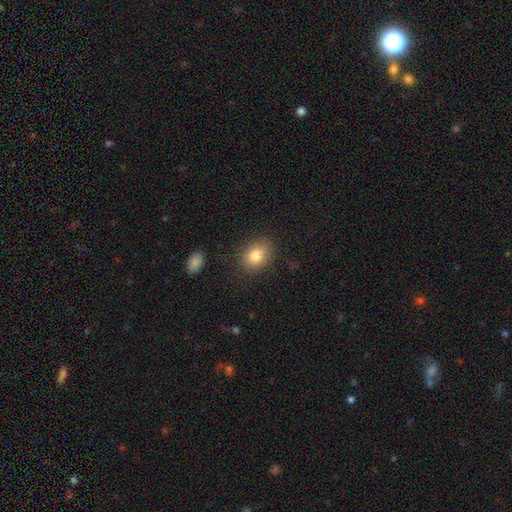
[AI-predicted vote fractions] This is clearly a smooth galaxy (81%). How rounded: possibly in between (59%). Merging: clearly none (84%).